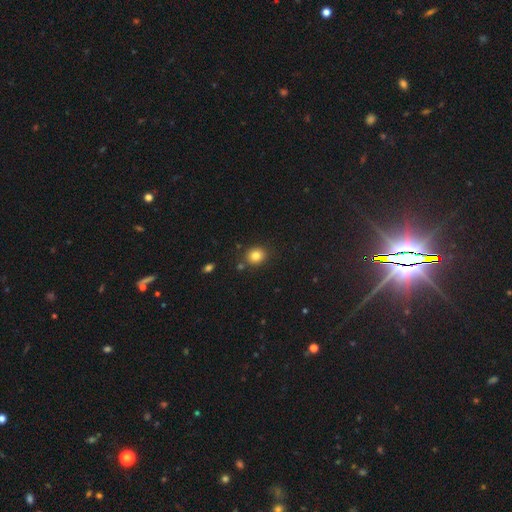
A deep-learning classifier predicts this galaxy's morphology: A smooth galaxy with no disk features (82%) that is round (67%).

Vote fractions:
- Smooth or featured? smooth: 82% / star or artifact: 11% / featured or disk: 7%
- How rounded? round: 67% / in between: 32% / cigar-shaped: 1%
- Merging? none: 83% / minor disturbance: 9% / merger: 5% / major disturbance: 3%